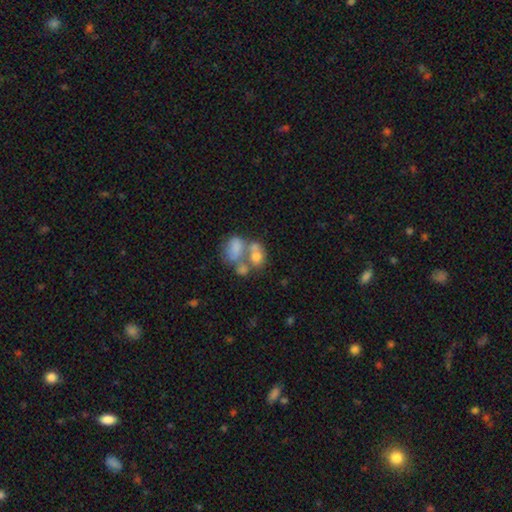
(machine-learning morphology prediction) A smooth galaxy with no disk features (57%) that is in between round and cigar-shaped (69%). Merging: merger (57%).